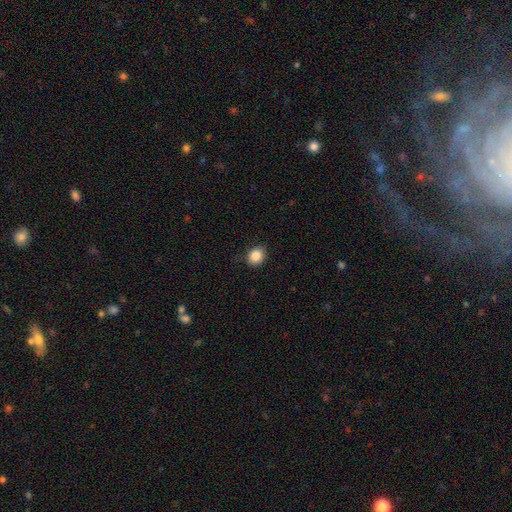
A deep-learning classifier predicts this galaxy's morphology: A smooth galaxy with no disk features (87%) that is round (70%). Merging: none (82%).